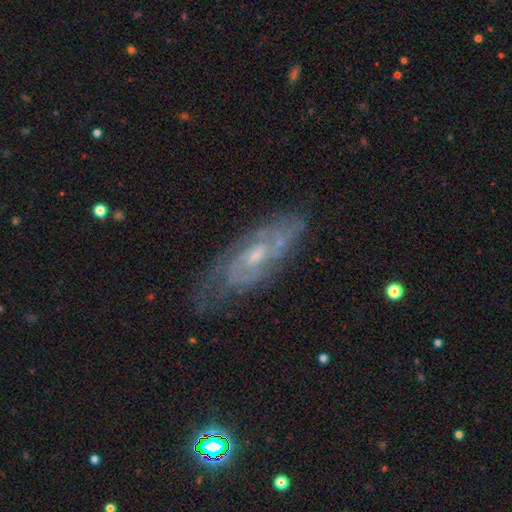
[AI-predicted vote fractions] Smooth or featured? featured or disk (78%)
Edge-on disk? no (87%)
Bar? no (48%)
Spiral arms? yes (84%)
Spiral winding? tight (51%)
Spiral arm count? can't tell (44%)
Bulge size? small (57%)
Merging? none (64%)